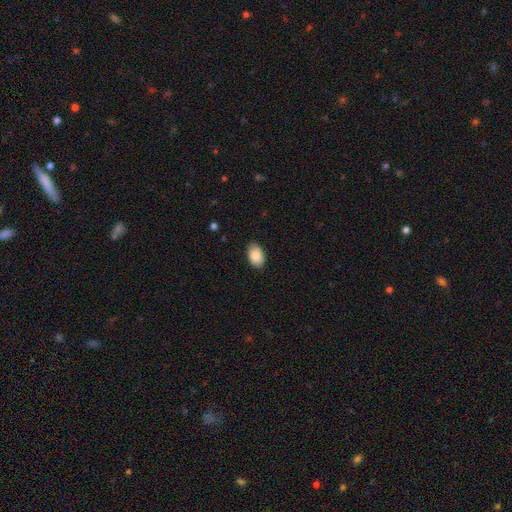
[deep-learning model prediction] Smooth or featured: smooth — 87% (star or artifact — 6%)
How rounded: in between — 92% (round — 7%)
Merging: none — 84% (minor disturbance — 12%)